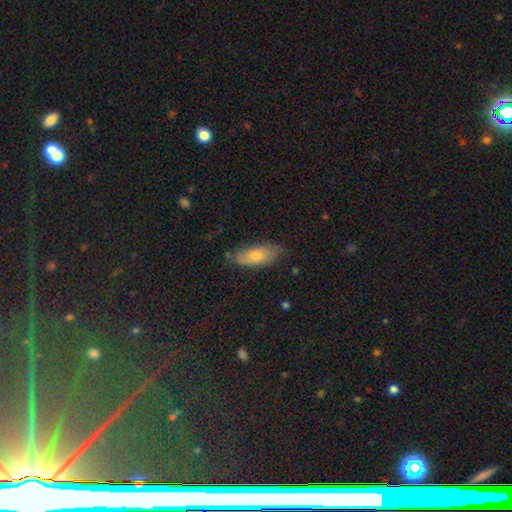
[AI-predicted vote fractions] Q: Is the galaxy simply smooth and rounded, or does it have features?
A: smooth — 70%.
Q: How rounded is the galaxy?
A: in between — 77%.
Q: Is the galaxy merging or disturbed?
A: none — 75%.